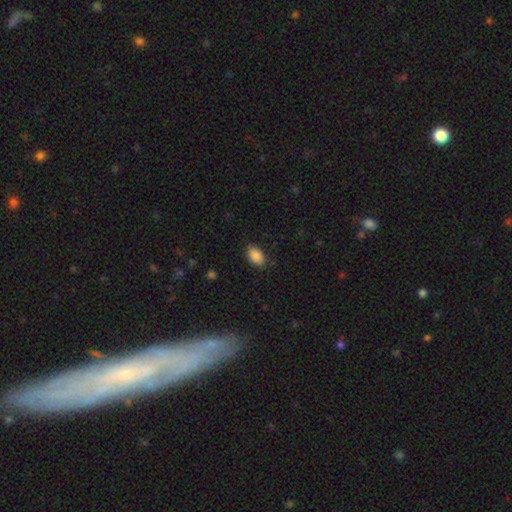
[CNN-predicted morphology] Smooth or featured: smooth — 87% (star or artifact — 8%)
How rounded: in between — 91% (round — 8%)
Merging: none — 85% (minor disturbance — 12%)